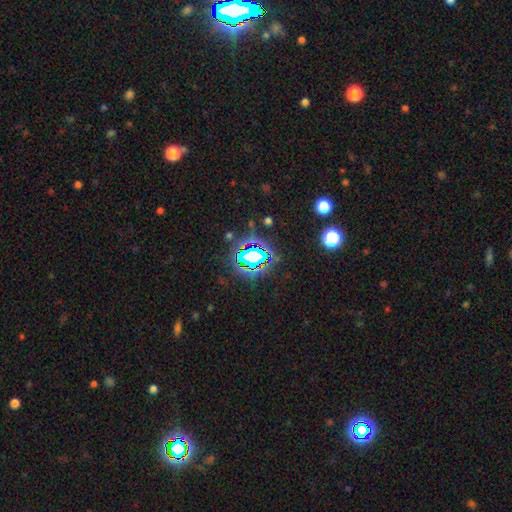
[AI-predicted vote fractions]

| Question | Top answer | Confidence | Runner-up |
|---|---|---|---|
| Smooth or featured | star or artifact | 69% | smooth (17%) |